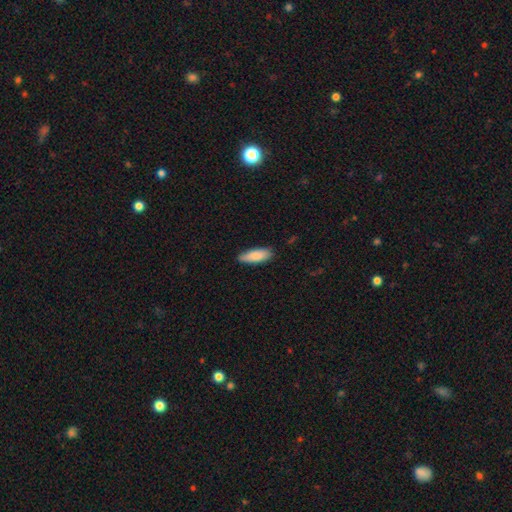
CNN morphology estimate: The model was most divided on "how rounded": in between: 65%, cigar-shaped: 34%, round: 2%. More confident: smooth or featured — smooth (87%); merging — none (84%).